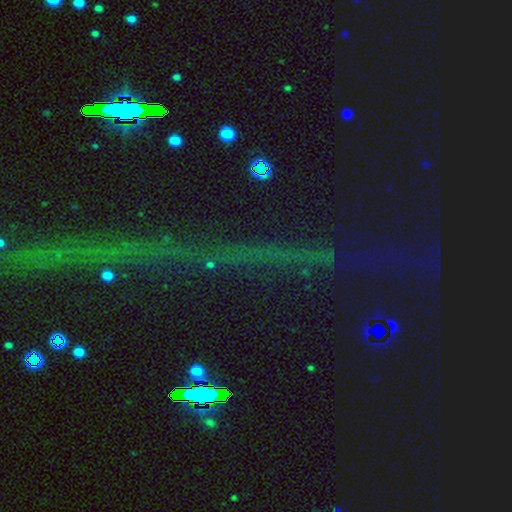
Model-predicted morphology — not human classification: This is likely a star or artifact rather than a galaxy (76%).